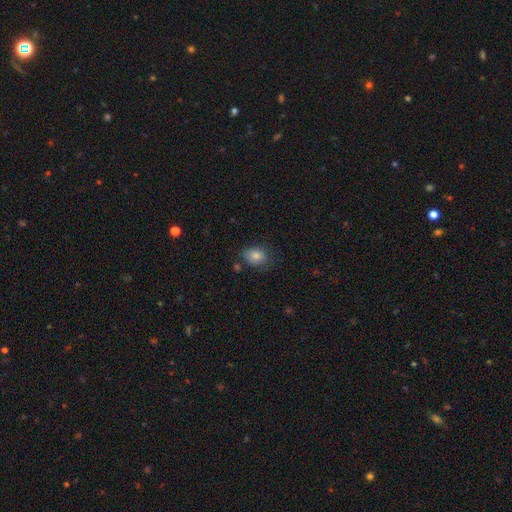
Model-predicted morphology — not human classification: This appears to be a smooth galaxy with no disk features (81%) that is in between round and cigar-shaped (57%). Merging: none (75%).